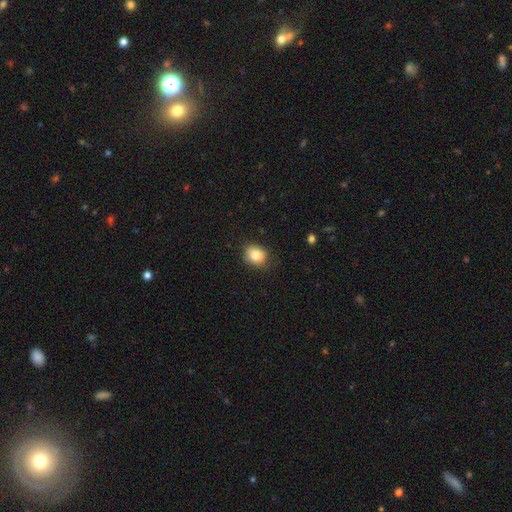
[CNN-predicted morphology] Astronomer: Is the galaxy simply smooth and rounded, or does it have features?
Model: smooth — 83%.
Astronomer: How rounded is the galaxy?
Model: round — 56% (runner-up: in between, 43%).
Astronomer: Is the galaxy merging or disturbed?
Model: none — 78%.